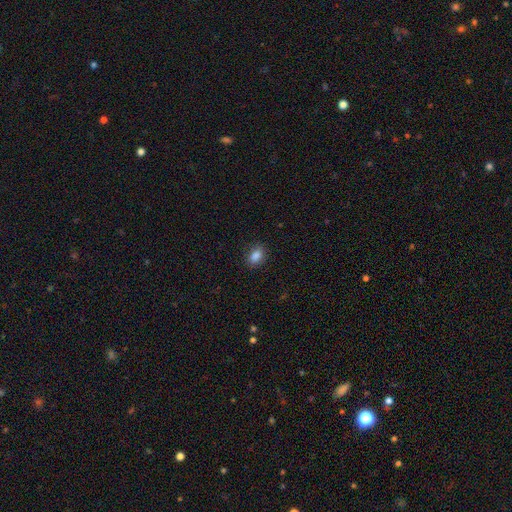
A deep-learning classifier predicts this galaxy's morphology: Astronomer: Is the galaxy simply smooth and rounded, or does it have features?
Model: smooth — 86%.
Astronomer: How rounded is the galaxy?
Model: in between — 80%.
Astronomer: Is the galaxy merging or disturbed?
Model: none — 87%.